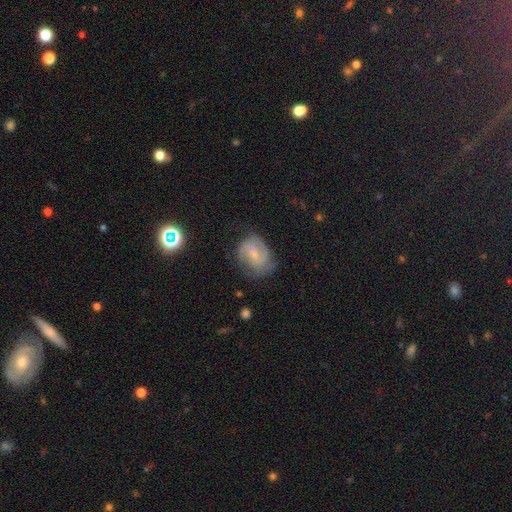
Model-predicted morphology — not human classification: Smooth or featured? featured or disk (65%)
Edge-on disk? no (97%)
Bar? weak (52%)
Spiral arms? yes (88%)
Spiral winding? medium (44%)
Spiral arm count? 2 (58%)
Bulge size? small (56%)
Merging? none (61%)